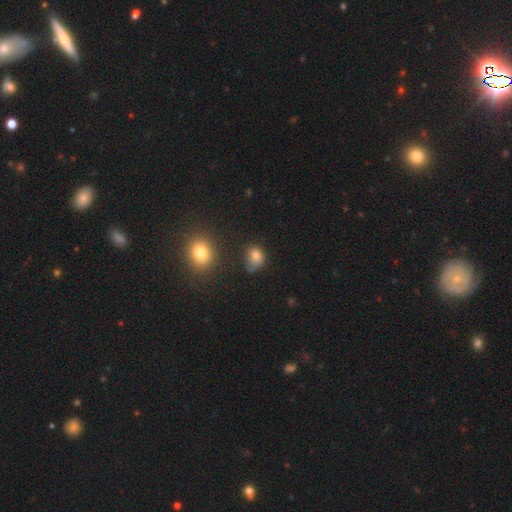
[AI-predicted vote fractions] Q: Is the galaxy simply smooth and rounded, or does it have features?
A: smooth — 76%.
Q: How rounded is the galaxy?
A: round — 53%.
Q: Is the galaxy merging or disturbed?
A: none — 45%.